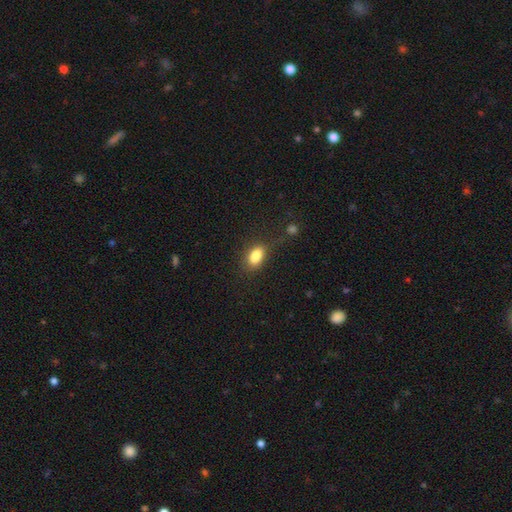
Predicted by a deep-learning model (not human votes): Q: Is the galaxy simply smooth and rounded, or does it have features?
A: smooth — 84%.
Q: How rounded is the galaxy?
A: in between — 86%.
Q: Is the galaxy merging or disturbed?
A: none — 66%.